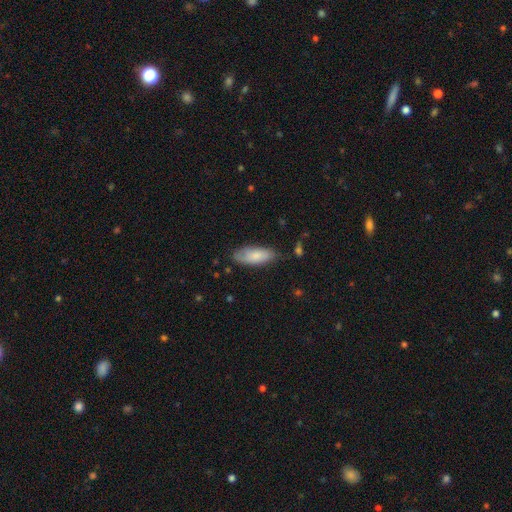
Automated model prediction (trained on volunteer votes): The model was most divided on "merging": none: 71%, minor disturbance: 22%, major disturbance: 4%, merger: 2%. More confident: how rounded — in between (79%); smooth or featured — smooth (78%).